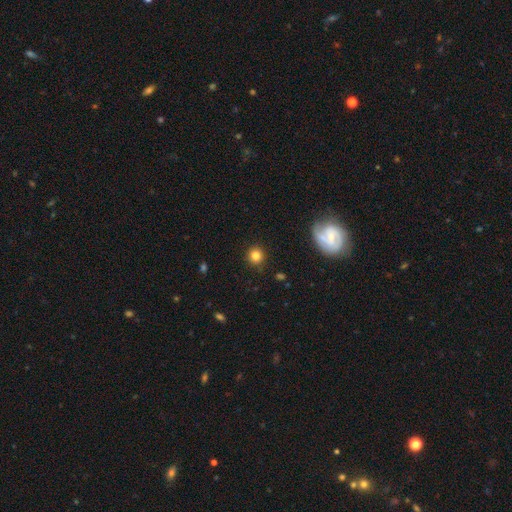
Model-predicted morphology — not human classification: smooth_or_featured: smooth (p=0.81) [alt: star or artifact p=0.12]
how_rounded: round (p=0.91) [alt: in between p=0.08]
merging: none (p=0.87) [alt: minor disturbance p=0.09]